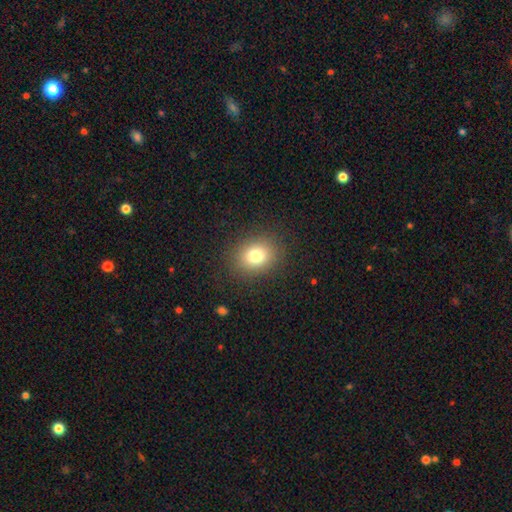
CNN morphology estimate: Overall: smooth (78%). How rounded: round (58%; in between 42%). Merging: none (87%).